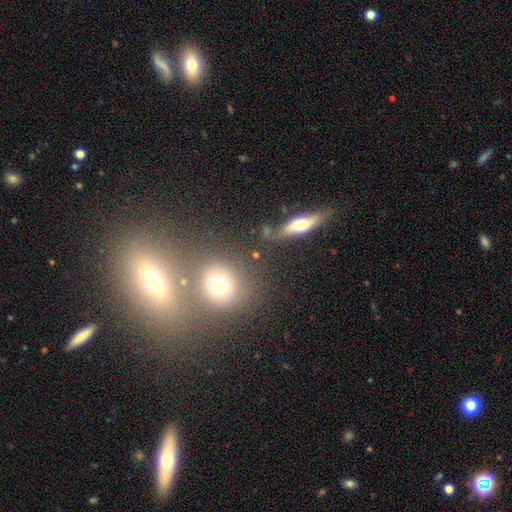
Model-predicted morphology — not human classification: smooth 50%, featured or disk 34%, star or artifact 16%. Down the decision tree: how rounded — round (43%); merging — none (73%).